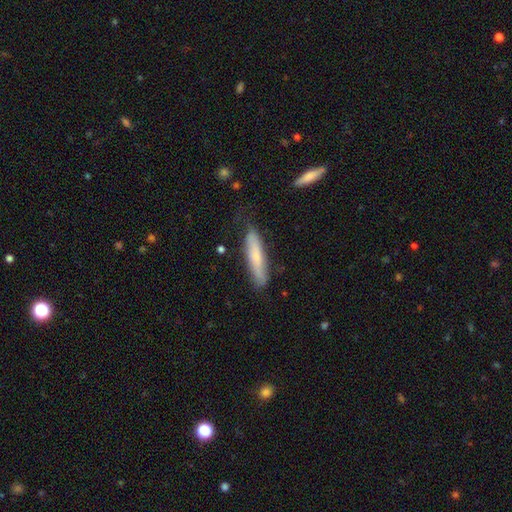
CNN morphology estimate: Smooth or featured: smooth — 62% (featured or disk — 32%)
How rounded: cigar-shaped — 83% (in between — 15%)
Merging: none — 72% (minor disturbance — 21%)